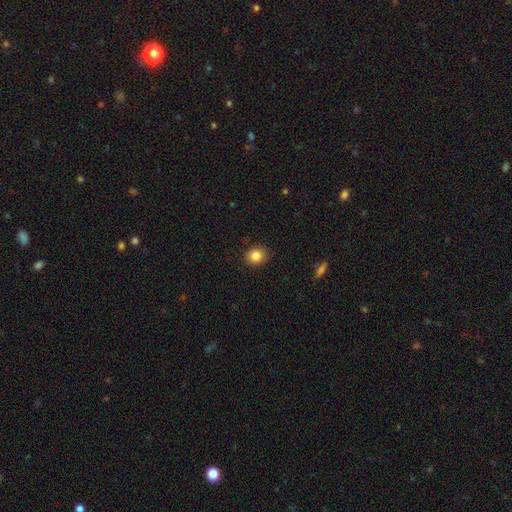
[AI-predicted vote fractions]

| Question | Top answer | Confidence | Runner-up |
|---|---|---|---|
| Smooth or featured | smooth | 85% | star or artifact (10%) |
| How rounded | round | 77% | in between (22%) |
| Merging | none | 89% | minor disturbance (8%) |